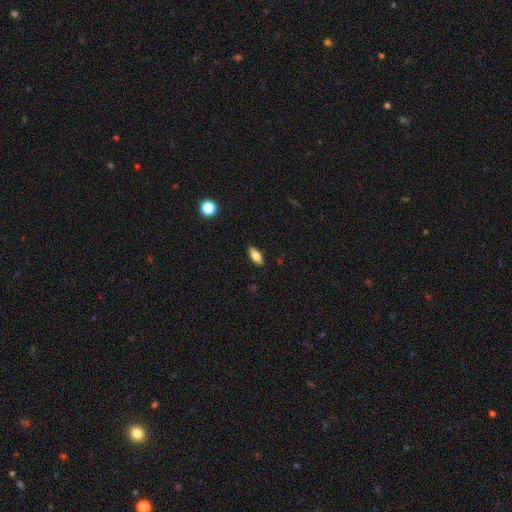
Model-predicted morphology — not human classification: type=smooth (73%); roundness=in between (80%); merging=none (88%).